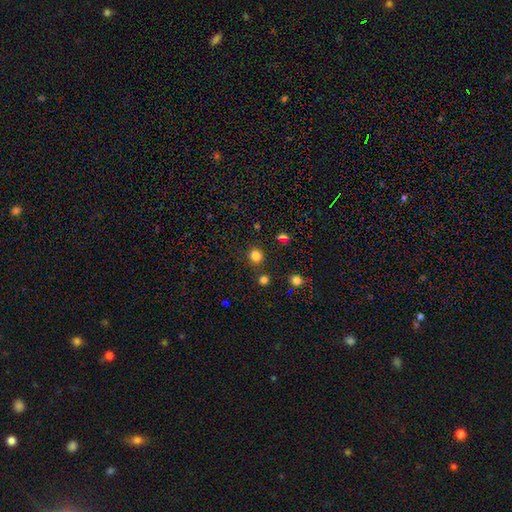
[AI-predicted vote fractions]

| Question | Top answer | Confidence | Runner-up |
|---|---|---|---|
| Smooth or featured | smooth | 82% | star or artifact (14%) |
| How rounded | round | 87% | in between (13%) |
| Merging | none | 84% | minor disturbance (8%) |